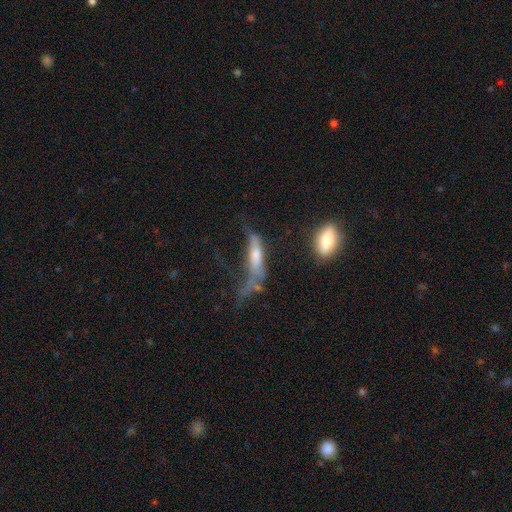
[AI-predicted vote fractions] A smooth galaxy with no disk features (50%) that is cigar-shaped (68%).

Vote fractions:
- Smooth or featured? smooth: 50% / featured or disk: 40% / star or artifact: 10%
- How rounded? cigar-shaped: 68% / in between: 30% / round: 3%
- Merging? major disturbance: 42% / none: 25% / minor disturbance: 21% / merger: 12%